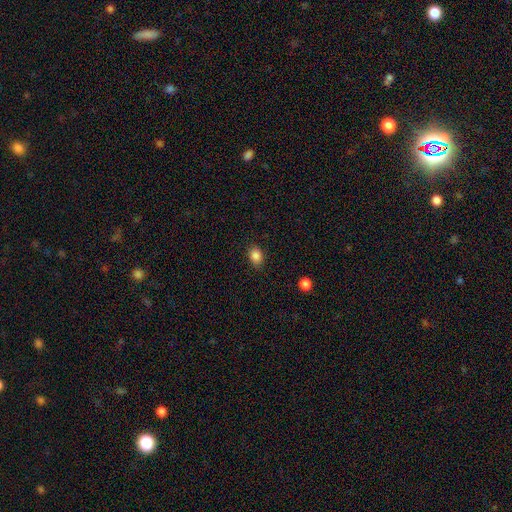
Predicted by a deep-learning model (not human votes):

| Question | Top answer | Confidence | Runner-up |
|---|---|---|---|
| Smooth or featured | smooth | 86% | star or artifact (10%) |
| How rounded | in between | 64% | round (35%) |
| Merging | none | 86% | minor disturbance (10%) |